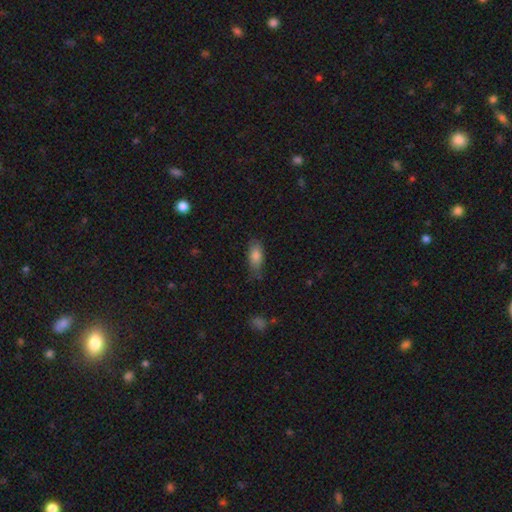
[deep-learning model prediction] Morphology: type=smooth (82%); roundness=in between (85%); merging=none (65%).